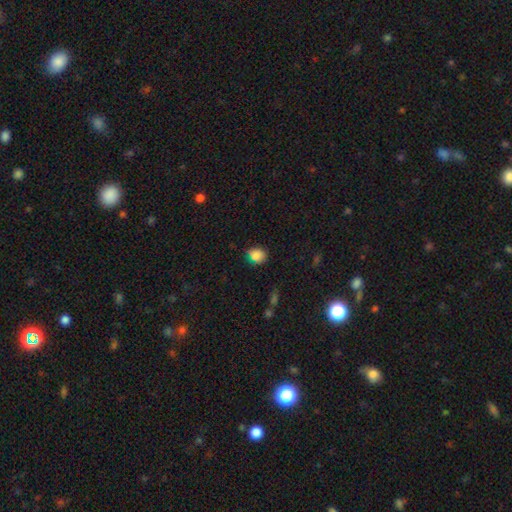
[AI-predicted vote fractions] The model was most divided on "how rounded": round: 62%, in between: 37%, cigar-shaped: 1%. More confident: smooth or featured — smooth (82%); merging — none (70%).